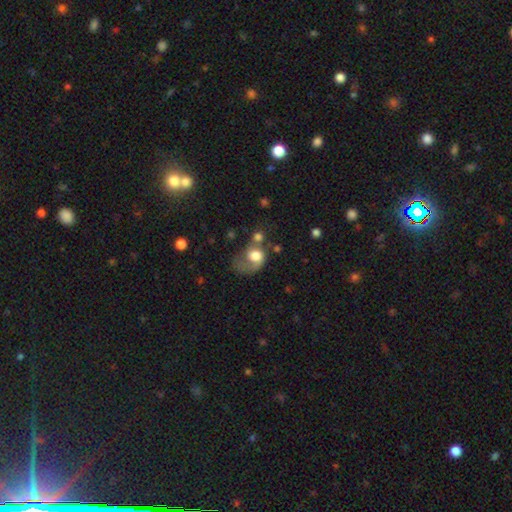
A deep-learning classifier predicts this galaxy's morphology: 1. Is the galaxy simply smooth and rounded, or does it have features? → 57% smooth, 35% featured or disk, 9% star or artifact.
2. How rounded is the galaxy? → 52% round, 47% in between, 1% cigar-shaped.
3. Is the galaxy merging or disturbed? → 43% major disturbance, 21% merger, 20% none, 15% minor disturbance.